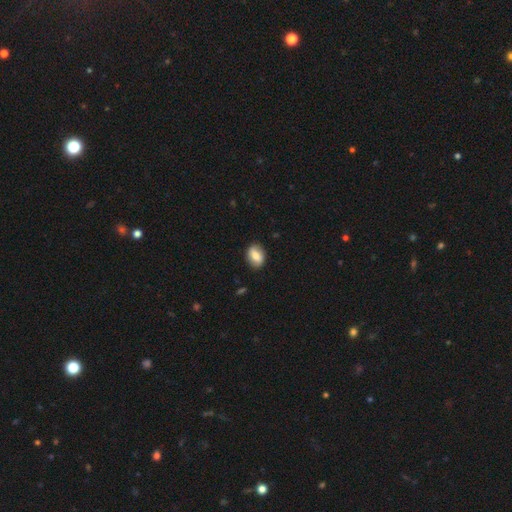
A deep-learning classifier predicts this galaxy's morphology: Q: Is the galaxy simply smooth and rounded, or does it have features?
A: smooth — 68%.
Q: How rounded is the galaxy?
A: in between — 75%.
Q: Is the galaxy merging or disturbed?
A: none — 86%.